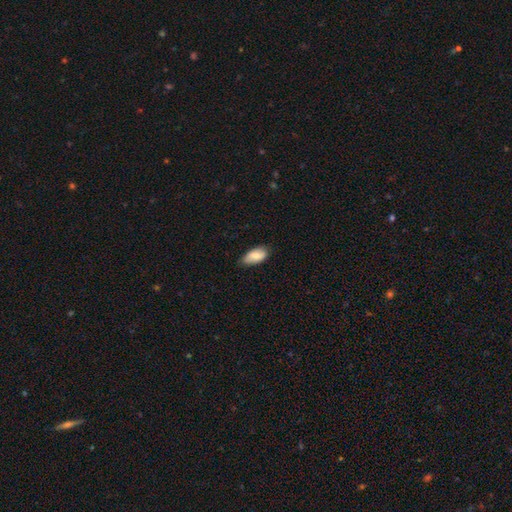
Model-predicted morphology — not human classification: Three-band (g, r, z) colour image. It shows a smooth galaxy with no disk features (81%) that is in between round and cigar-shaped (92%). Merging: none (77%).